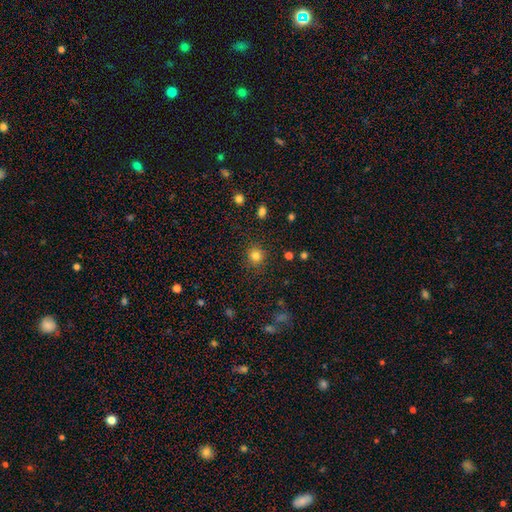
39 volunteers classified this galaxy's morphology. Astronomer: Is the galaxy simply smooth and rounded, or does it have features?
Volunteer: smooth — 90%.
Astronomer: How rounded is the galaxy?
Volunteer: round — 91%.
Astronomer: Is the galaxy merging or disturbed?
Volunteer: none — 86%.